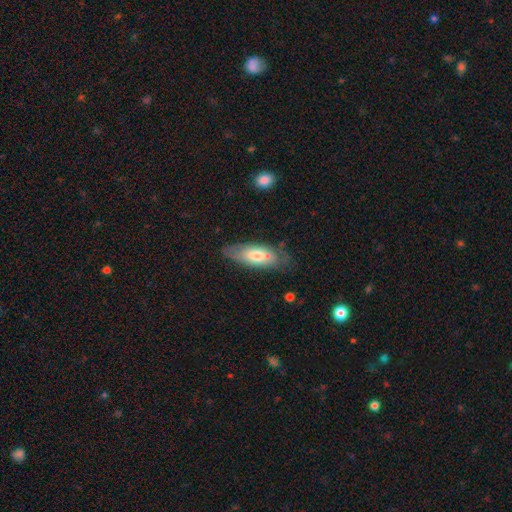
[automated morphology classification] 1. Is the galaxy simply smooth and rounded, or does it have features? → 62% smooth, 32% featured or disk, 6% star or artifact.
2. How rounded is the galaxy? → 73% in between, 24% cigar-shaped, 2% round.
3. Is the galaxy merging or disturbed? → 66% none, 22% minor disturbance, 7% major disturbance, 5% merger.